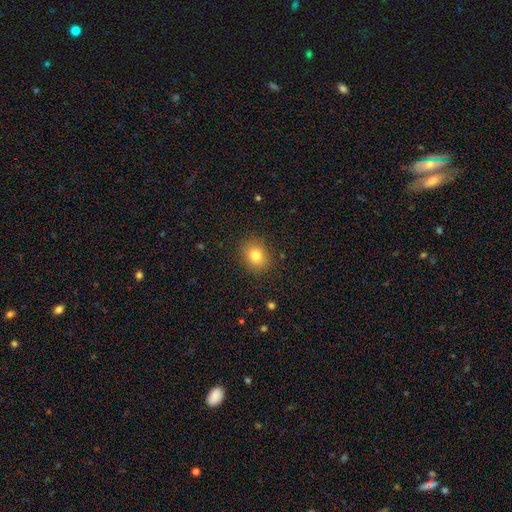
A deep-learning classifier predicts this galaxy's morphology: The model was most divided on "how rounded": round: 65%, in between: 34%, cigar-shaped: 1%. More confident: merging — none (86%); smooth or featured — smooth (80%).